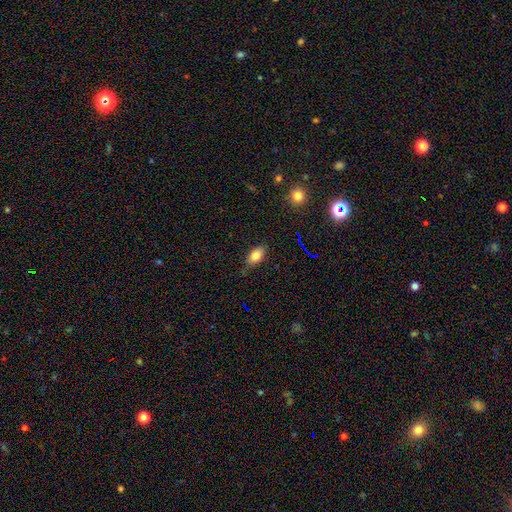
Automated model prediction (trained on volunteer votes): The model was most divided on "merging": none: 77%, minor disturbance: 18%, major disturbance: 3%, merger: 2%. More confident: how rounded — in between (89%); smooth or featured — smooth (81%).